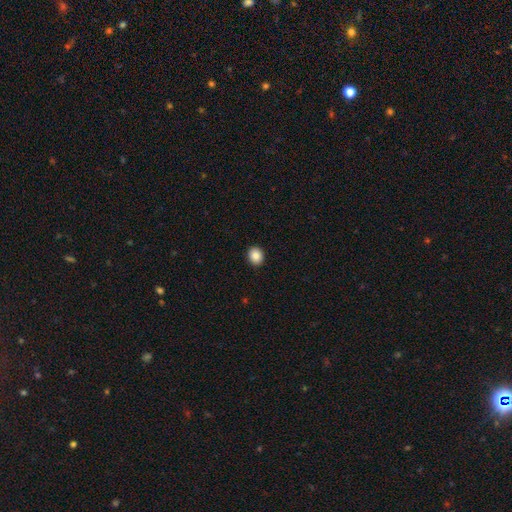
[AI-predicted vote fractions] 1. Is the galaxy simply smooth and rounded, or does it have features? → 87% smooth, 9% star or artifact, 4% featured or disk.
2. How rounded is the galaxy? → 71% round, 28% in between, 1% cigar-shaped.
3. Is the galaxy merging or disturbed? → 92% none, 5% minor disturbance, 2% major disturbance, 1% merger.